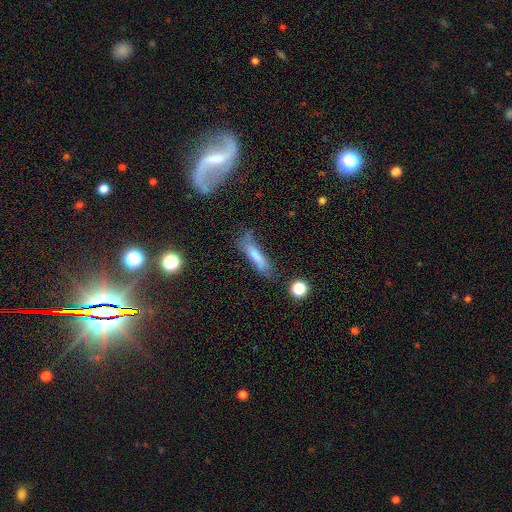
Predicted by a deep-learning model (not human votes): smooth_or_featured: smooth (p=0.67) [alt: featured or disk p=0.23]
how_rounded: cigar-shaped (p=0.74) [alt: in between p=0.23]
merging: none (p=0.47) [alt: minor disturbance p=0.29]